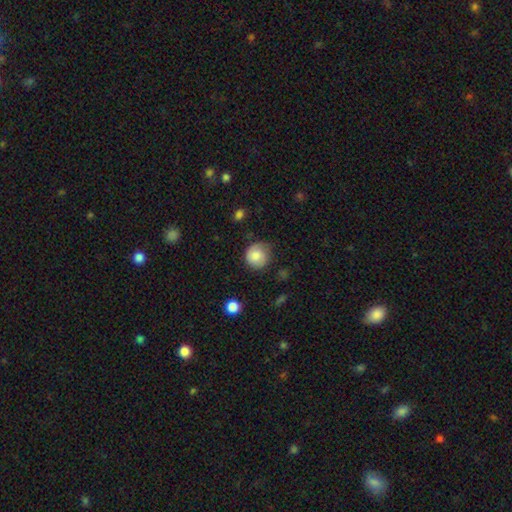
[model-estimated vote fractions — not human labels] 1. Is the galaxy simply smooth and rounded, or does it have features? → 78% smooth, 14% featured or disk, 7% star or artifact.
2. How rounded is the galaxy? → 89% round, 10% in between, 1% cigar-shaped.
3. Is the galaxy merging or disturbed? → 63% none, 27% minor disturbance, 8% major disturbance, 1% merger.